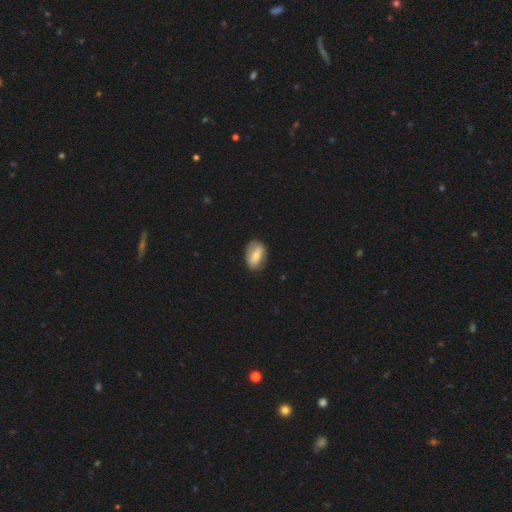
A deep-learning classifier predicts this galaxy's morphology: smooth_or_featured: smooth (p=0.65) [alt: featured or disk p=0.28]
how_rounded: in between (p=0.83) [alt: round p=0.15]
merging: none (p=0.79) [alt: minor disturbance p=0.16]